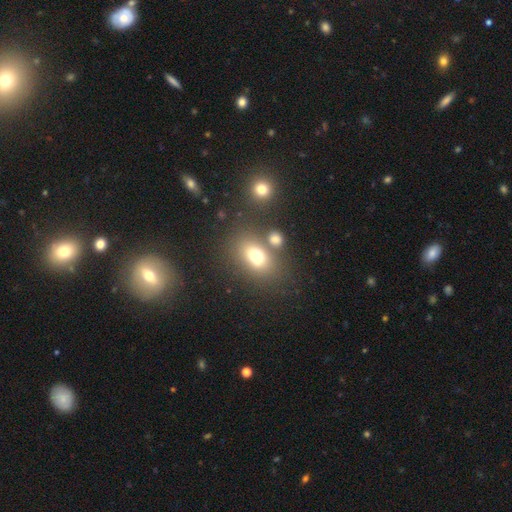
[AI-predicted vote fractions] Morphology: type=smooth (73%); roundness=in between (71%); merging=none (58%).